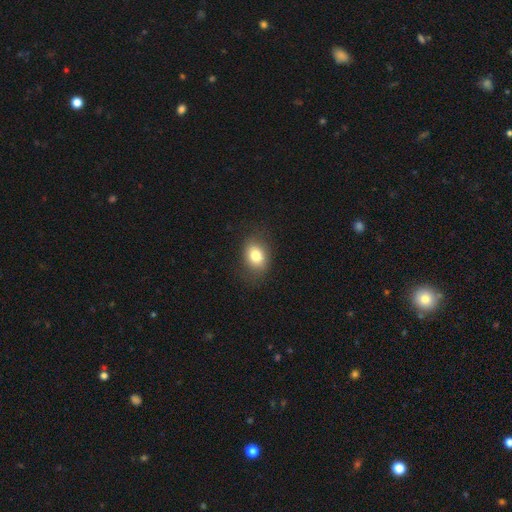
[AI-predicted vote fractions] Smooth or featured?
  - smooth: 80% *
  - featured or disk: 11%
  - star or artifact: 10%
How rounded?
  - in between: 68% *
  - round: 30%
  - cigar-shaped: 1%
Merging?
  - none: 78% *
  - minor disturbance: 15%
  - major disturbance: 5%
  - merger: 1%